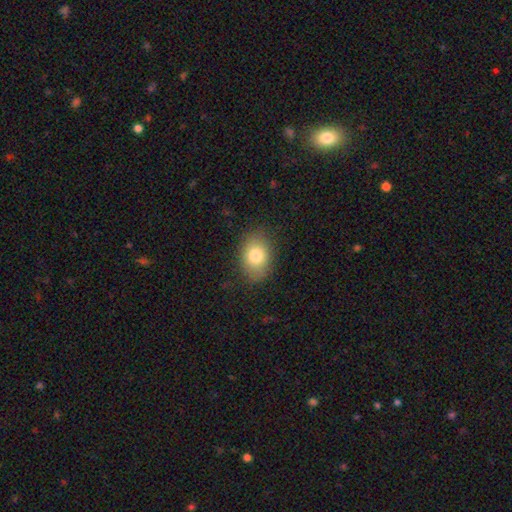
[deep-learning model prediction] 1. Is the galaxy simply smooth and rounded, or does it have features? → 80% smooth, 11% featured or disk, 9% star or artifact.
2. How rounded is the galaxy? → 72% in between, 27% round, 1% cigar-shaped.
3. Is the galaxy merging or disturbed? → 82% none, 13% minor disturbance, 4% major disturbance, 1% merger.